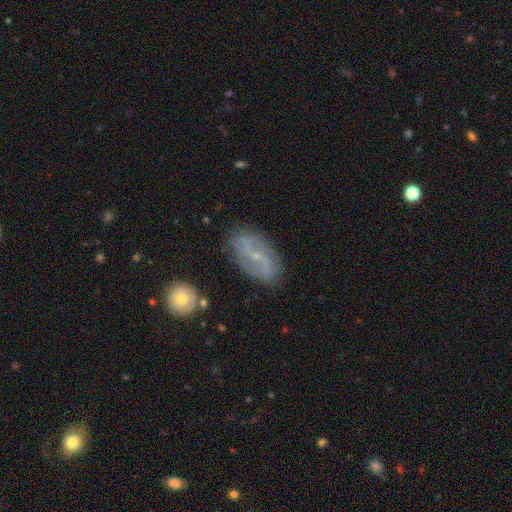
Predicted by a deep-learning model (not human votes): smooth-or-featured: featured or disk: 77% | smooth: 16% | star or artifact: 8%
  disk-edge-on: no: 95% | yes: 5%
    bar: weak: 50% | no: 29% | strong: 21%
    has-spiral-arms: yes: 90% | no: 10%
      spiral-winding: loose: 48% | medium: 36% | tight: 16%
      spiral-arm-count: 2: 88% | can't tell: 7% | 1: 2% | 3: 1% | 4: 1% | more than 4: 1%
    bulge-size: small: 76% | moderate: 16% | none: 6% | large: 1% | dominant: 1%
  merging: none: 82% | minor disturbance: 12% | major disturbance: 3% | merger: 2%